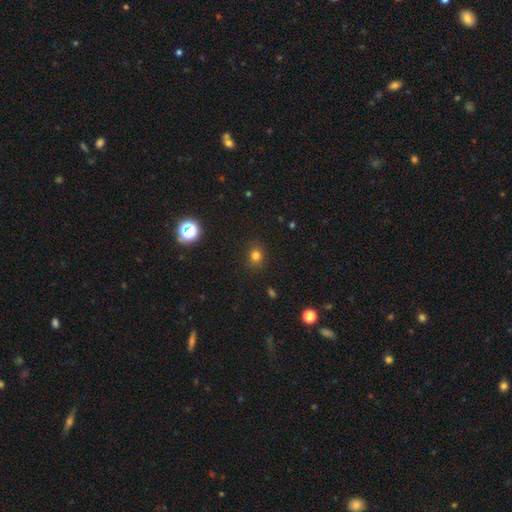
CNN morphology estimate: Overall: smooth (77%). How rounded: round (75%). Merging: none (88%).